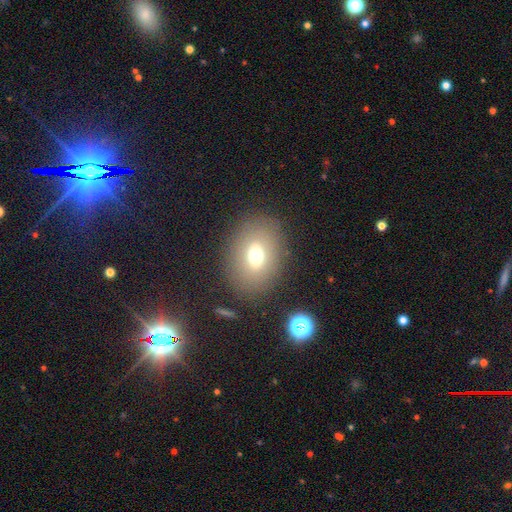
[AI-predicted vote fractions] Smooth or featured: smooth — 67% (featured or disk — 20%)
How rounded: in between — 66% (round — 33%)
Merging: none — 83% (minor disturbance — 10%)